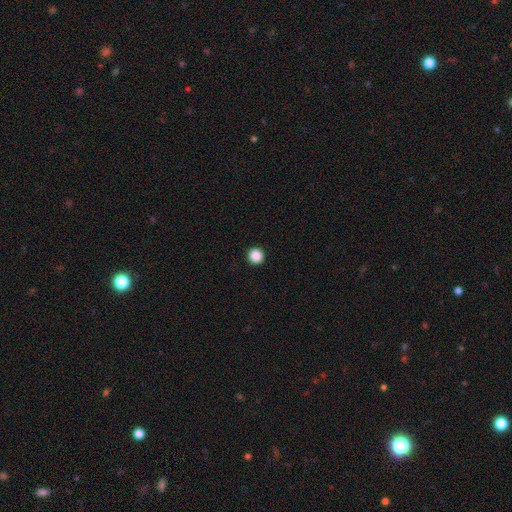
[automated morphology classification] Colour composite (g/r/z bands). It shows a smooth galaxy with no disk features (88%) that is round (96%). Merging: none (94%).